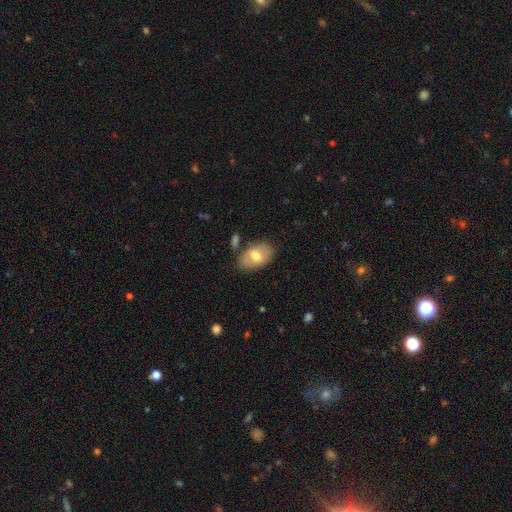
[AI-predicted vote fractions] Morphology: type=smooth (68%); roundness=in between (90%); merging=none (73%).